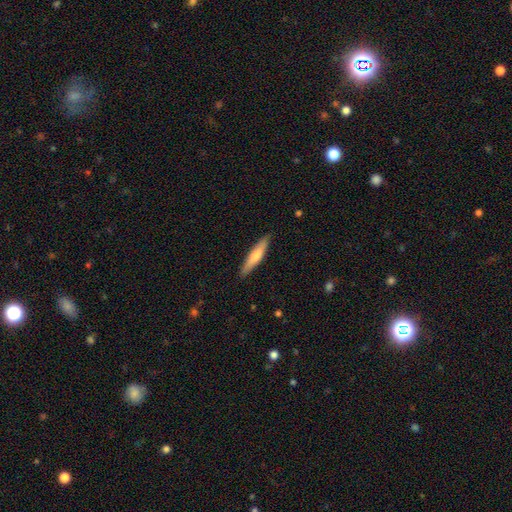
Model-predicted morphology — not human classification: smooth-or-featured: smooth: 61% | featured or disk: 34% | star or artifact: 5%
  how-rounded: cigar-shaped: 88% | in between: 11% | round: 1%
  merging: none: 90% | minor disturbance: 7% | major disturbance: 1% | merger: 1%